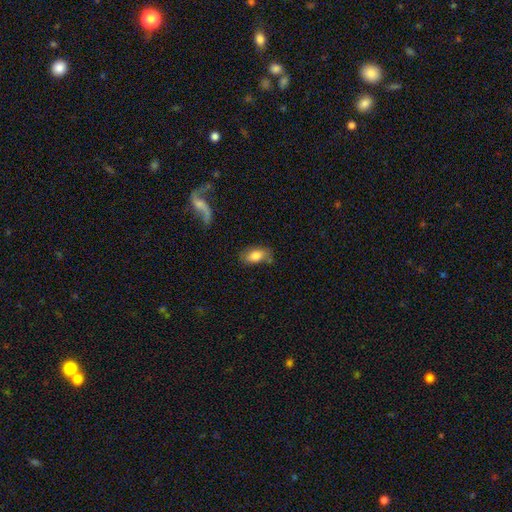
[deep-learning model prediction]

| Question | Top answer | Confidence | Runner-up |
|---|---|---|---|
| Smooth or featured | smooth | 78% | featured or disk (15%) |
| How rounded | in between | 90% | round (6%) |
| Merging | none | 66% | minor disturbance (22%) |